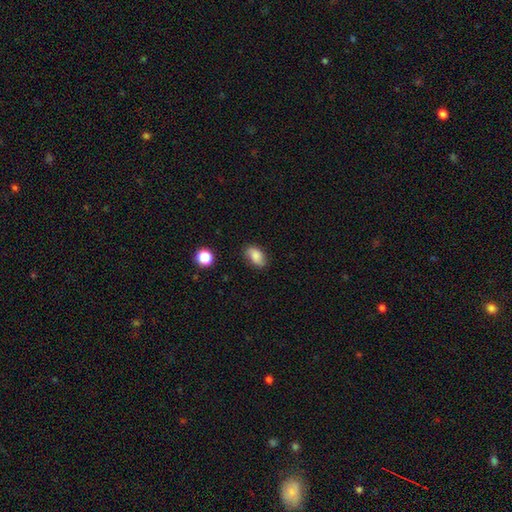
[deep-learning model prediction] Overall: smooth (80%). How rounded: in between (87%). Merging: none (76%).